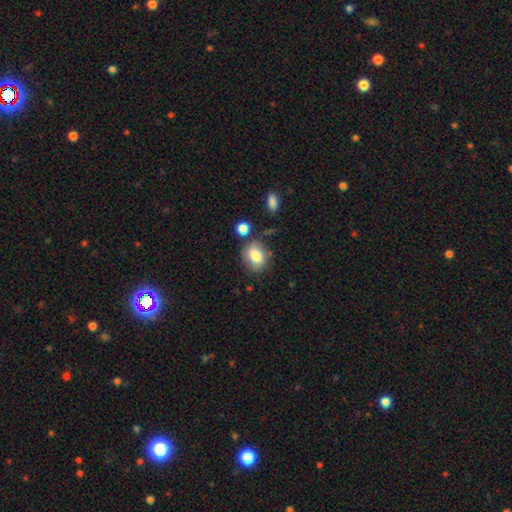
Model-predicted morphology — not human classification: smooth 80%, featured or disk 12%, star or artifact 9%. Down the decision tree: how rounded — in between (55%); merging — none (66%).